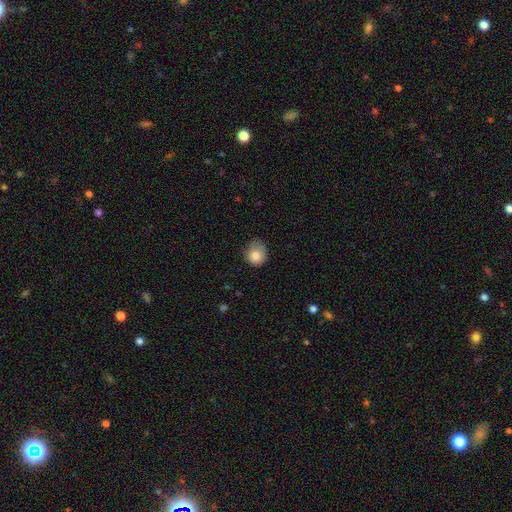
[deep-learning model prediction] Smooth or featured? Predicted: smooth (p=0.83). How rounded? Predicted: round (p=0.75). Merging? Predicted: none (p=0.48).